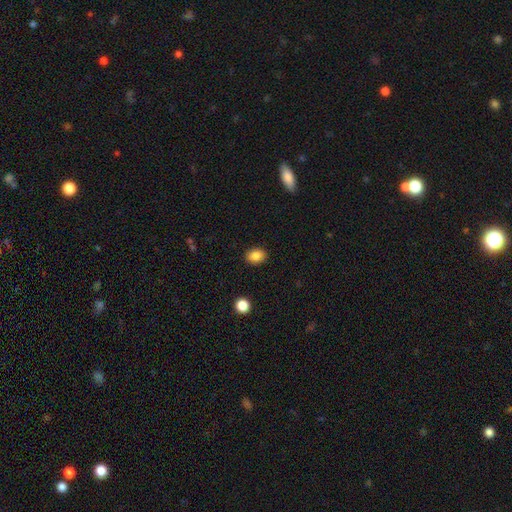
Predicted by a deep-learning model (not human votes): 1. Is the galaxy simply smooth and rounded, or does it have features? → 86% smooth, 9% star or artifact, 5% featured or disk.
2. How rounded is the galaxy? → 64% in between, 35% round, 1% cigar-shaped.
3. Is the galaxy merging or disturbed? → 89% none, 8% minor disturbance, 2% major disturbance, 1% merger.